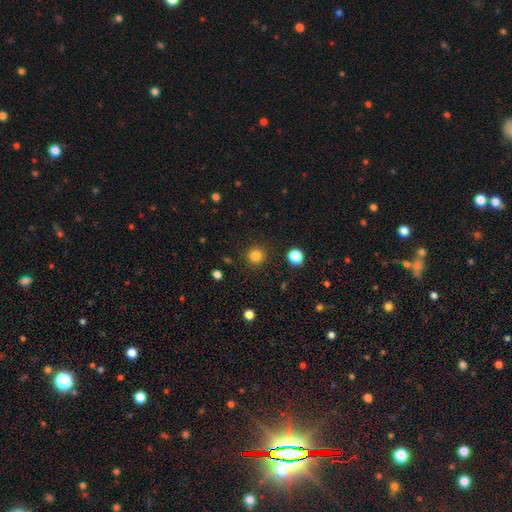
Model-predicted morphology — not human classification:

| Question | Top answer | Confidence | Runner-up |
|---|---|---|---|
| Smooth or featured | smooth | 83% | star or artifact (13%) |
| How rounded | round | 94% | in between (5%) |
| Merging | none | 90% | minor disturbance (6%) |